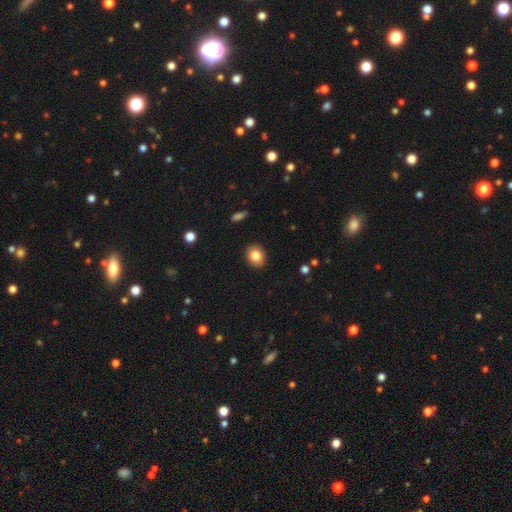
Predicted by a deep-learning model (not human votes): Overall: smooth (83%). How rounded: round (60%; in between 39%). Merging: none (90%).